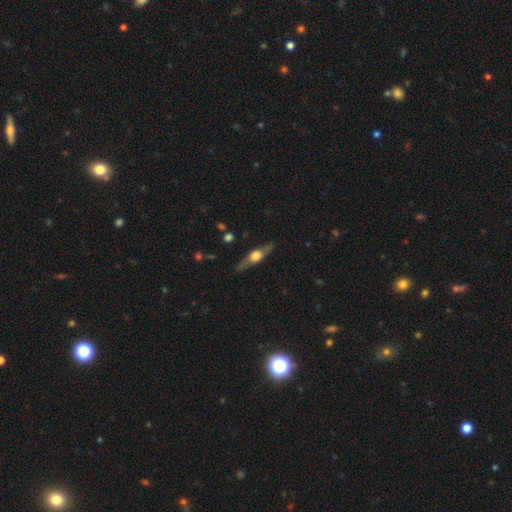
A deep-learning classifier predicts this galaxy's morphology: A featured or disk galaxy (68%) viewed edge-on (93%) with a rounded central bulge (93%).

Vote fractions:
- Smooth or featured? featured or disk: 68% / smooth: 27% / star or artifact: 6%
- Edge-on disk? yes: 93% / no: 7%
- Edge-on bulge? rounded: 93% / boxy: 6% / none: 2%
- Merging? none: 84% / minor disturbance: 12% / major disturbance: 3% / merger: 1%